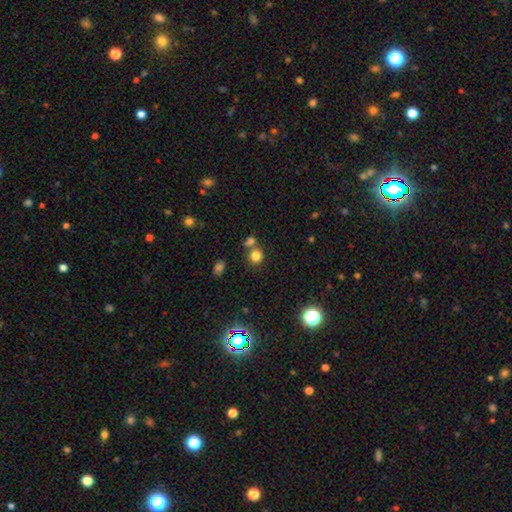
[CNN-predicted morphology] smooth 79%, star or artifact 15%, featured or disk 6%. Down the decision tree: how rounded — round (86%); merging — none (62%).